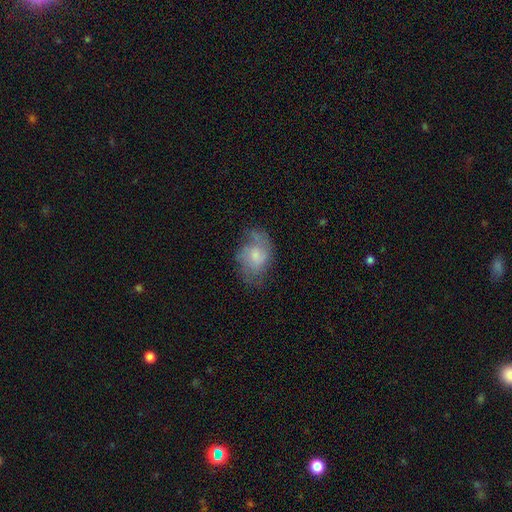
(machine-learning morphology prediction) Smooth or featured? featured or disk (50%)
Merging? none (51%)